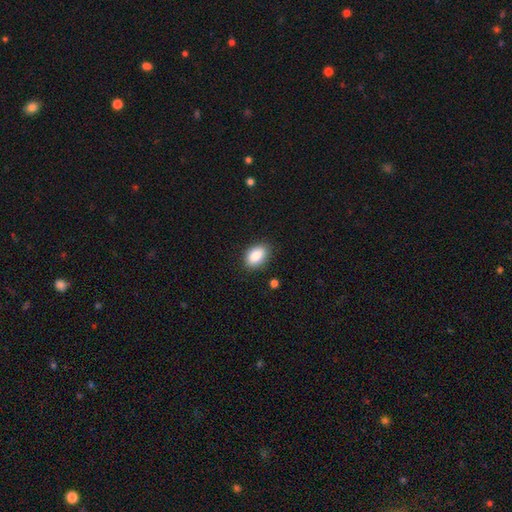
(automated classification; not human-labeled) The model was most divided on "merging": none: 86%, minor disturbance: 11%, major disturbance: 2%, merger: 1%. More confident: how rounded — in between (89%); smooth or featured — smooth (88%).